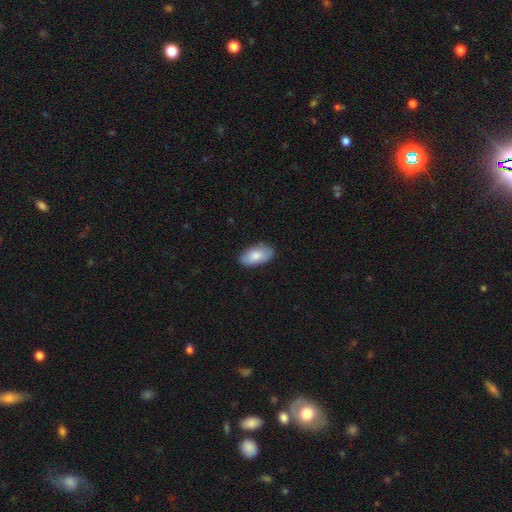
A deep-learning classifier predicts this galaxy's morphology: Smooth or featured? smooth (81%)
How rounded? in between (94%)
Merging? none (82%)